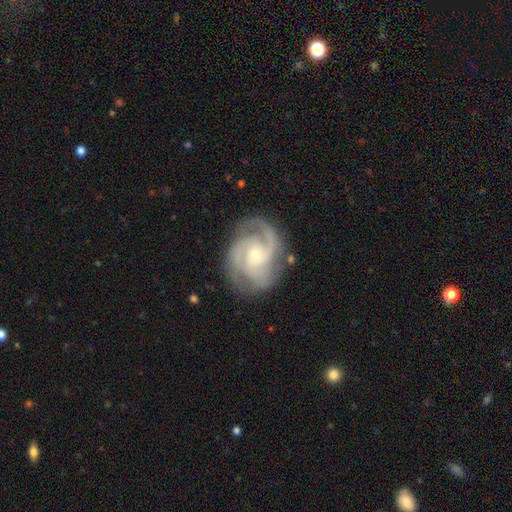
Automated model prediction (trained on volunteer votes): Overall: featured or disk (91%). Edge-on disk: no (98%). Bar: no (65%; weak 29%). Spiral arms: yes (98%). Spiral arm count: 3 (49%; 2 27%). Spiral winding: tight (47%; medium 46%). Bulge size: small (72%). Merging: none (75%).